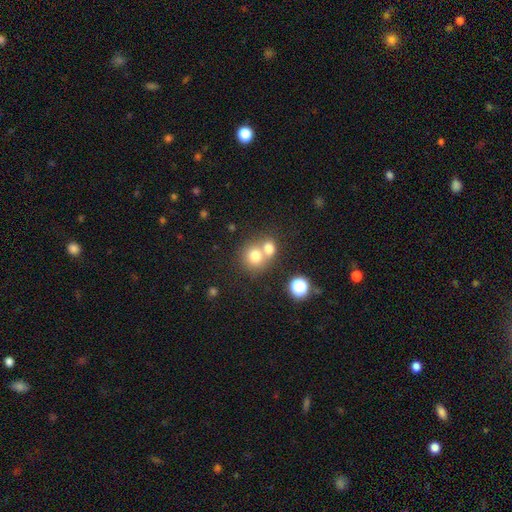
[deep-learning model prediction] Smooth or featured?
  - smooth: 75% *
  - star or artifact: 13%
  - featured or disk: 12%
How rounded?
  - round: 83% *
  - in between: 17%
  - cigar-shaped: 1%
Merging?
  - merger: 51% *
  - none: 39%
  - minor disturbance: 6%
  - major disturbance: 3%